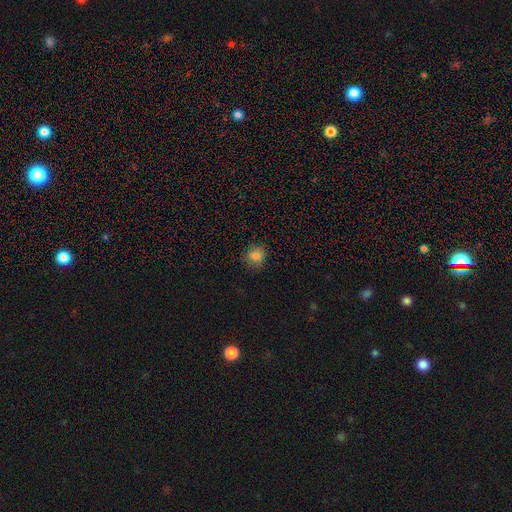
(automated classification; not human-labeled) This appears to be a smooth galaxy with no disk features (79%) that is round (80%). Merging: none (81%).